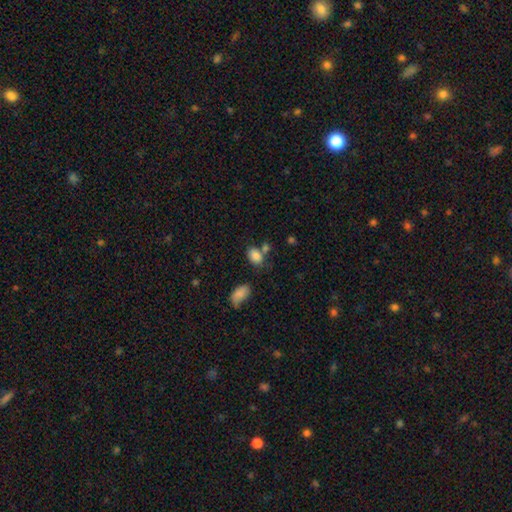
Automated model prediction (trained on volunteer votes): Smooth or featured? Predicted: smooth (p=0.84). How rounded? Predicted: in between (p=0.78). Merging? Predicted: none (p=0.57).